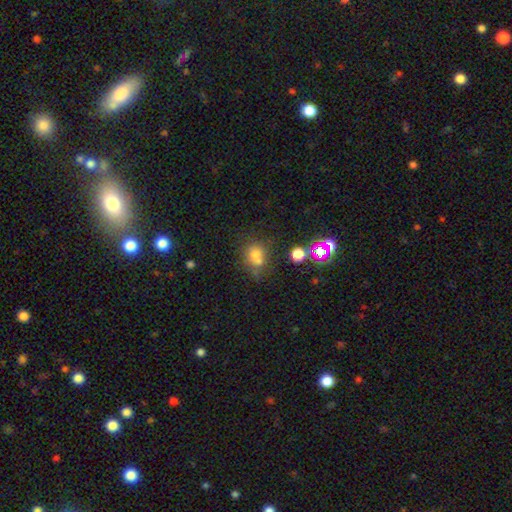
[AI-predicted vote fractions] smooth_or_featured: smooth (p=0.67) [alt: star or artifact p=0.19]
how_rounded: round (p=0.65) [alt: in between p=0.33]
merging: none (p=0.43) [alt: merger p=0.32]